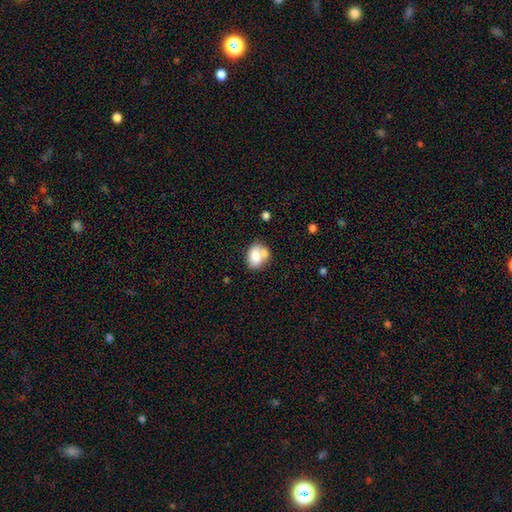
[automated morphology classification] Smooth or featured: smooth — 76% (featured or disk — 16%)
How rounded: in between — 58% (round — 41%)
Merging: none — 42% (merger — 33%)